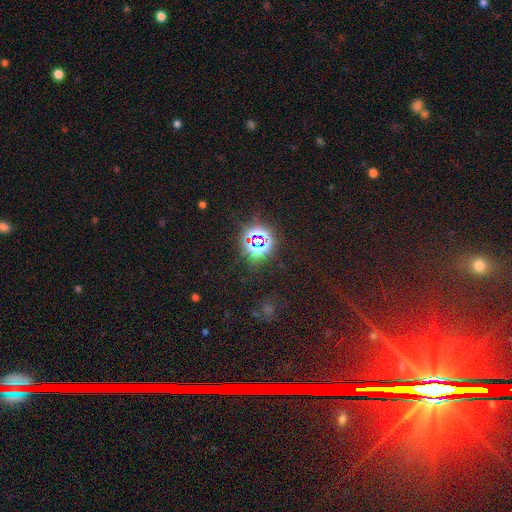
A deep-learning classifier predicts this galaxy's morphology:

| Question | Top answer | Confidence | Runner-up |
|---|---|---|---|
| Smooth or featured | star or artifact | 76% | smooth (16%) |